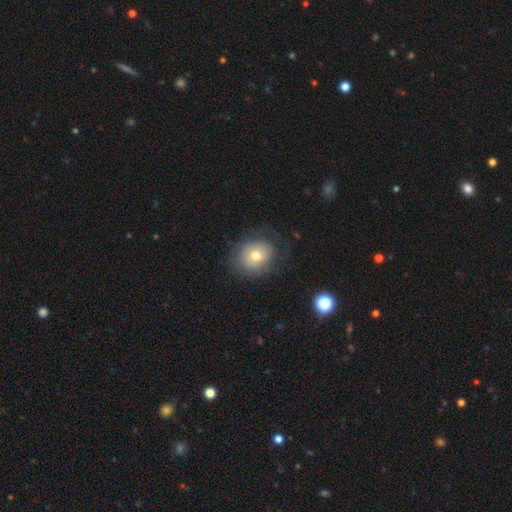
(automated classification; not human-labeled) A smooth galaxy with no disk features (60%) that is round (71%). Merging: none (69%).